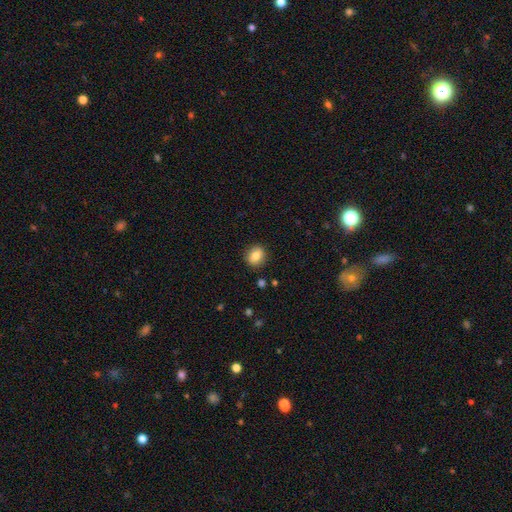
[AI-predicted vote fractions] A smooth galaxy with no disk features (81%) that is round (73%). Merging: none (89%).